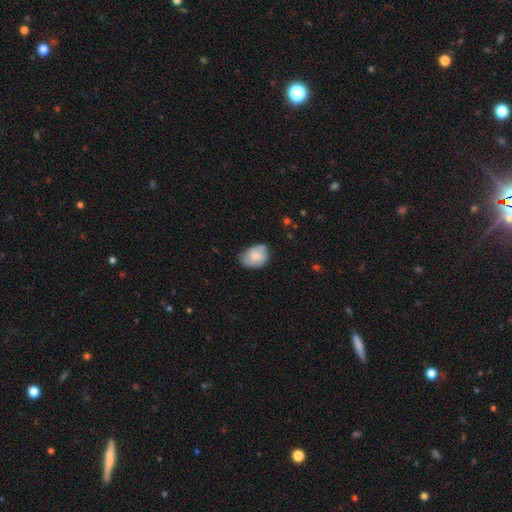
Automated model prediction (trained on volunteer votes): This is likely a smooth galaxy (70%). How rounded: likely in between (68%). Merging: possibly none (51%).